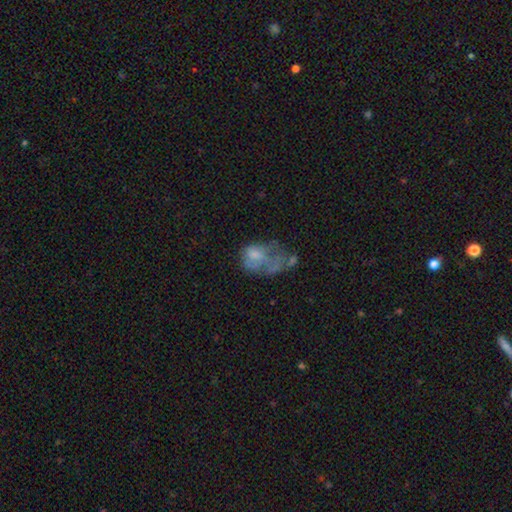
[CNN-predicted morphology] smooth_or_featured: smooth (p=0.49) [alt: featured or disk p=0.40]
merging: major disturbance (p=0.45) [alt: none p=0.19]